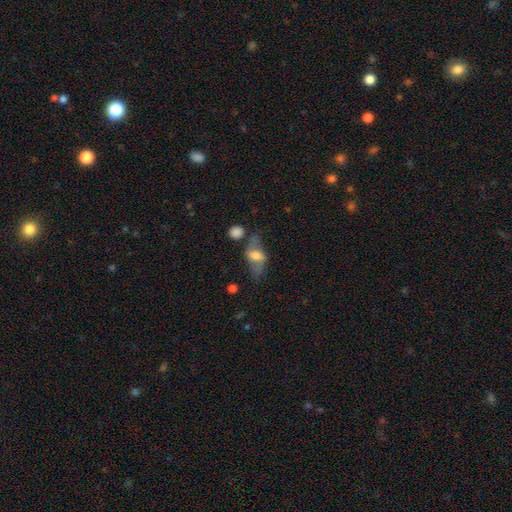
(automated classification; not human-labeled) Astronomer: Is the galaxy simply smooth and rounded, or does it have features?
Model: featured or disk — 46% (runner-up: smooth, 45%).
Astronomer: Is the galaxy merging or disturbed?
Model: none — 52%.